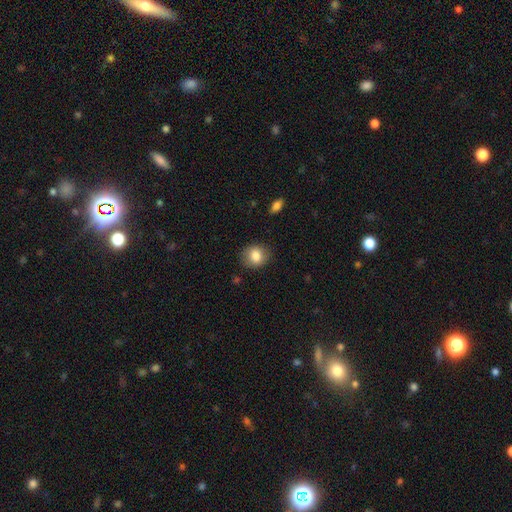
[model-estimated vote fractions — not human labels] A smooth galaxy with no disk features (82%) that is round (64%).

Vote fractions:
- Smooth or featured? smooth: 82% / featured or disk: 9% / star or artifact: 9%
- How rounded? round: 64% / in between: 35% / cigar-shaped: 1%
- Merging? none: 84% / minor disturbance: 12% / major disturbance: 3% / merger: 1%